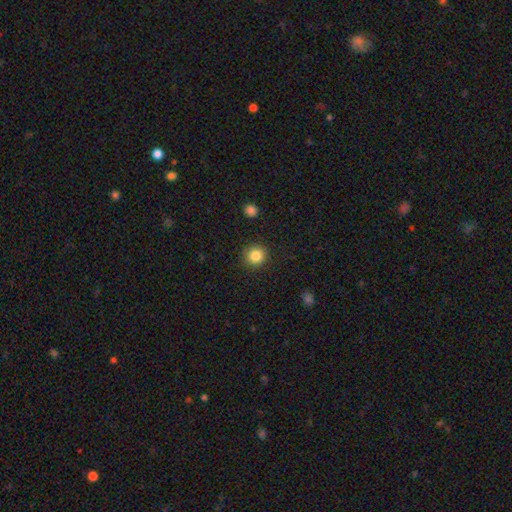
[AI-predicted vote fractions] smooth 84%, star or artifact 10%, featured or disk 5%. Down the decision tree: how rounded — round (92%); merging — none (90%).